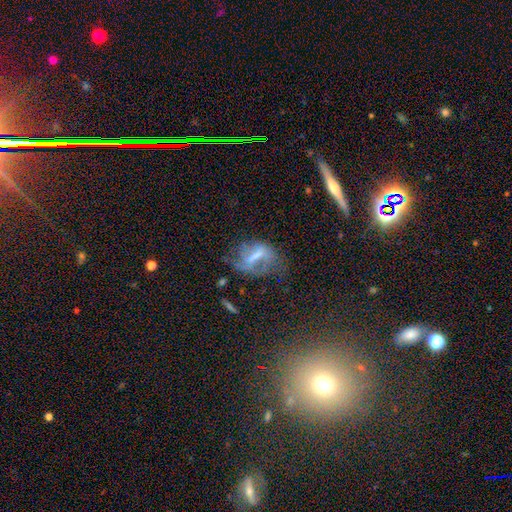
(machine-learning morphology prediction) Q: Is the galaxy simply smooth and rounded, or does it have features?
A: featured or disk — 57%.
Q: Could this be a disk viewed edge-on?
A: no — 91%.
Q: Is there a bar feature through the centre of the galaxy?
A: strong — 45%.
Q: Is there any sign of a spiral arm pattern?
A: no — 54%.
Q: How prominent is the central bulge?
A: none — 37%.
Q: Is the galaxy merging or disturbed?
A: none — 37%.